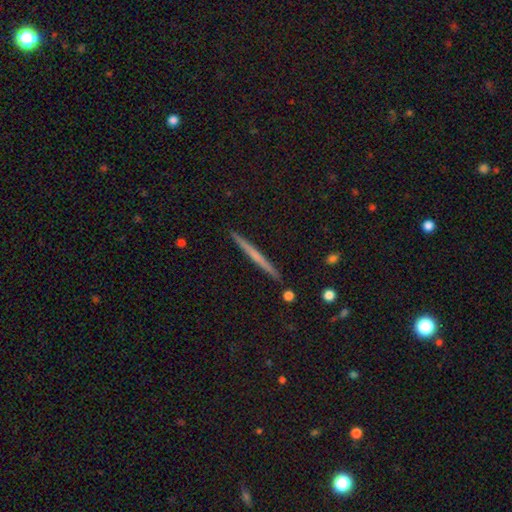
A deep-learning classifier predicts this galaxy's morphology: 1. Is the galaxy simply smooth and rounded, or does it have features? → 49% featured or disk, 45% smooth, 6% star or artifact.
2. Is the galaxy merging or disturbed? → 92% none, 5% minor disturbance, 1% merger, 1% major disturbance.